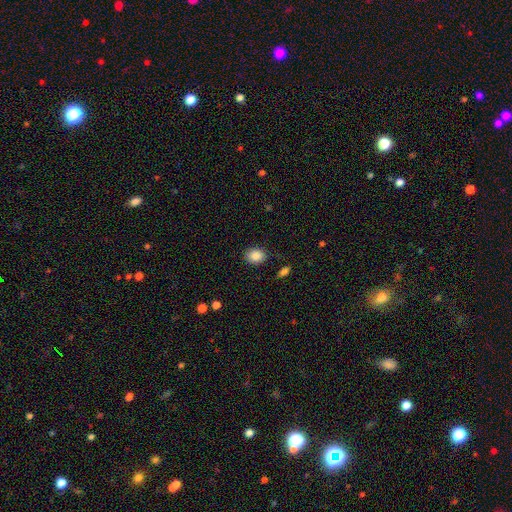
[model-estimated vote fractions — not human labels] This appears to be a smooth galaxy with no disk features (87%) that is in between round and cigar-shaped (62%). Merging: none (86%).